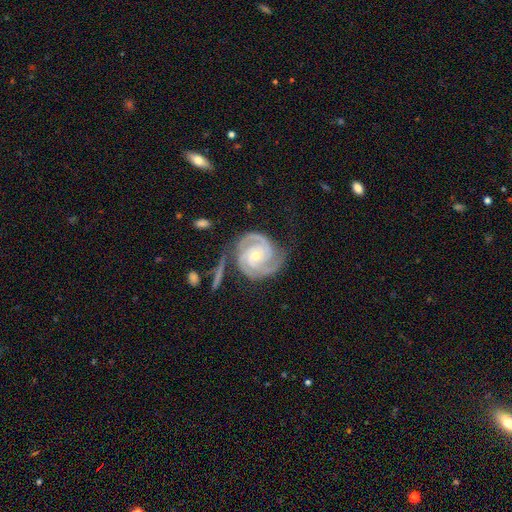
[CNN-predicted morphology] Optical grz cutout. It shows a featured or disk galaxy (92%) with no bar (67%), 2 (56%) tight (69%) spiral arms (99%) and a small central bulge (60%). Merging: none (68%).